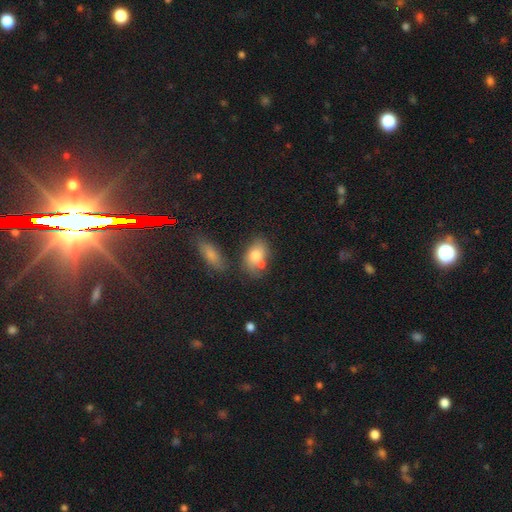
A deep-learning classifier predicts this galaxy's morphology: Smooth or featured?
  - smooth: 75% *
  - featured or disk: 16%
  - star or artifact: 9%
How rounded?
  - in between: 82% *
  - round: 15%
  - cigar-shaped: 3%
Merging?
  - none: 54% *
  - merger: 22%
  - minor disturbance: 18%
  - major disturbance: 6%